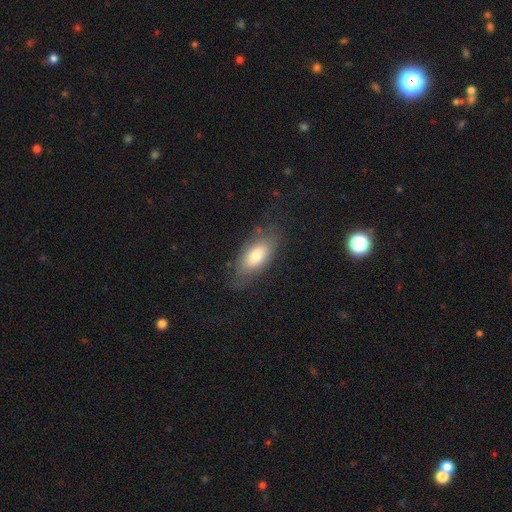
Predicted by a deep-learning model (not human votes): This is likely a smooth galaxy (69%). How rounded: clearly in between (87%). Merging: likely none (69%).